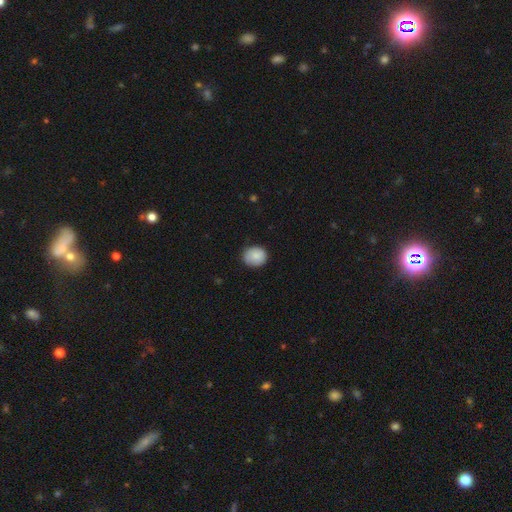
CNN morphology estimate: smooth-or-featured: smooth: 85% | featured or disk: 7% | star or artifact: 7%
  how-rounded: round: 78% | in between: 21% | cigar-shaped: 1%
  merging: none: 80% | minor disturbance: 17% | major disturbance: 3% | merger: 1%